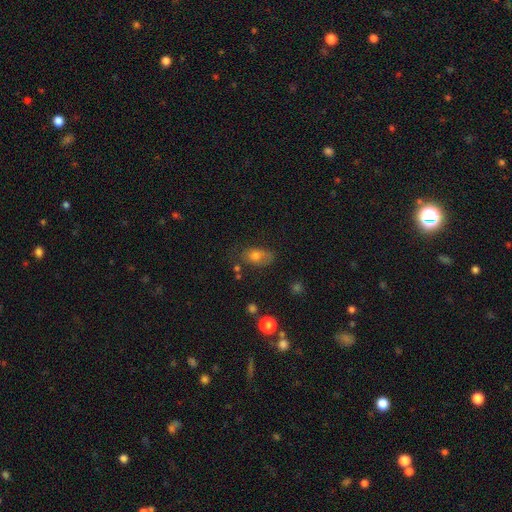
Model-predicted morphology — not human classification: Smooth or featured?
  - smooth: 69% *
  - featured or disk: 18%
  - star or artifact: 13%
How rounded?
  - in between: 82% *
  - round: 15%
  - cigar-shaped: 3%
Merging?
  - none: 51% *
  - minor disturbance: 29%
  - major disturbance: 14%
  - merger: 5%